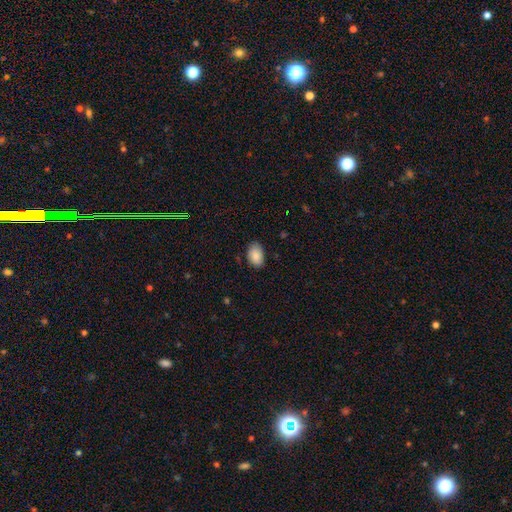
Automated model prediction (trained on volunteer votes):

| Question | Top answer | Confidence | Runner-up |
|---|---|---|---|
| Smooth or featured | smooth | 88% | star or artifact (7%) |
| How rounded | in between | 88% | round (10%) |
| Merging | none | 78% | minor disturbance (18%) |